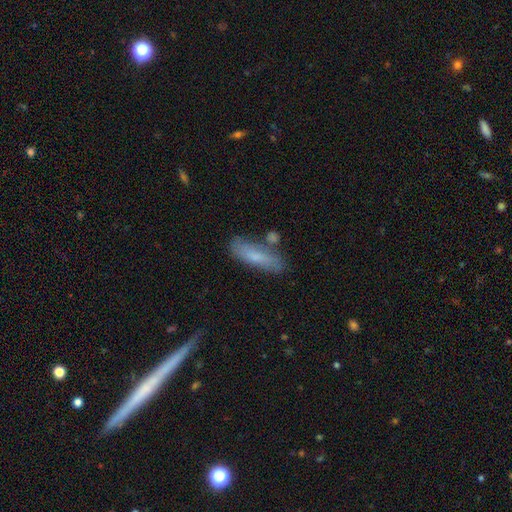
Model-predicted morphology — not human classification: This appears to be a smooth galaxy with no disk features (67%) that is cigar-shaped (54%). Merging: none (67%).